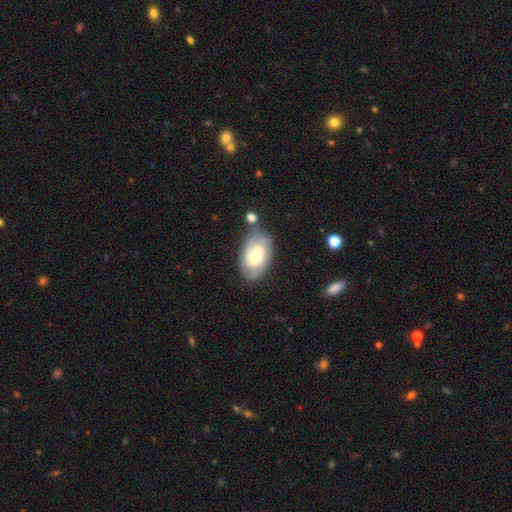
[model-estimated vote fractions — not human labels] This is possibly a featured or disk galaxy (57%). It is clearly not viewed edge-on (94%). Bar: likely no (70%). Spiral arm pattern: likely yes (80%). Central bulge: possibly moderate (51%). Merging: likely none (63%).